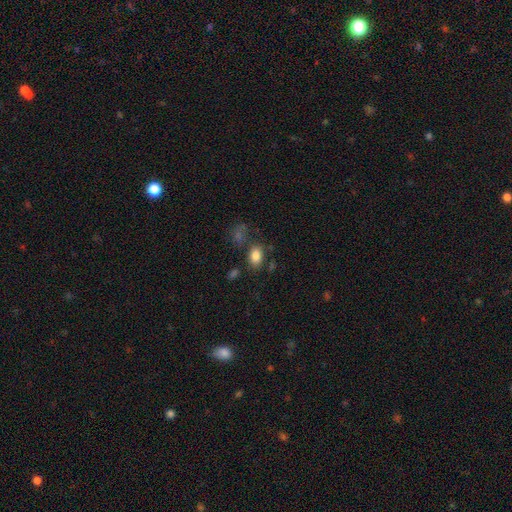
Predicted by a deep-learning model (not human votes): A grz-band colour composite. It shows a smooth galaxy with no disk features (82%) that is in between round and cigar-shaped (79%). Merging: none (72%).